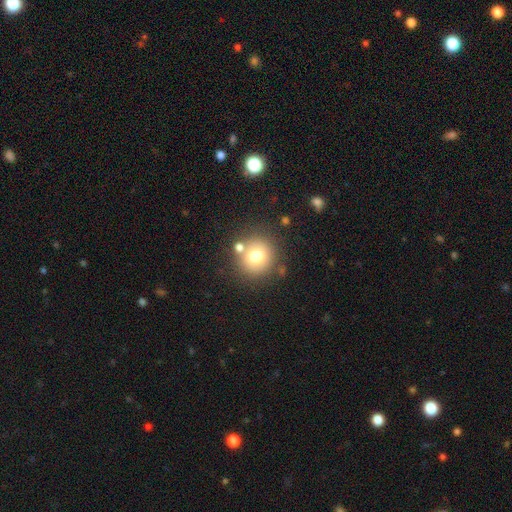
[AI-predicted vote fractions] This appears to be a smooth galaxy with no disk features (74%) that is round (88%). Merging: none (76%).